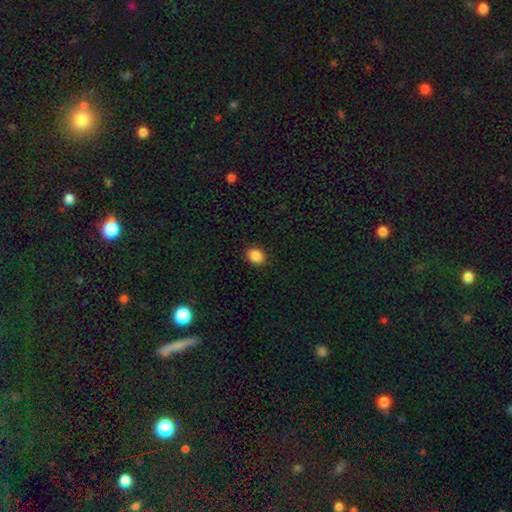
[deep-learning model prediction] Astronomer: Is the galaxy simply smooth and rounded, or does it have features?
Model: smooth — 87%.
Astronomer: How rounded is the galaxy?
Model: round — 59% (runner-up: in between, 40%).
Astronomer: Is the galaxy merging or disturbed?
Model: none — 90%.